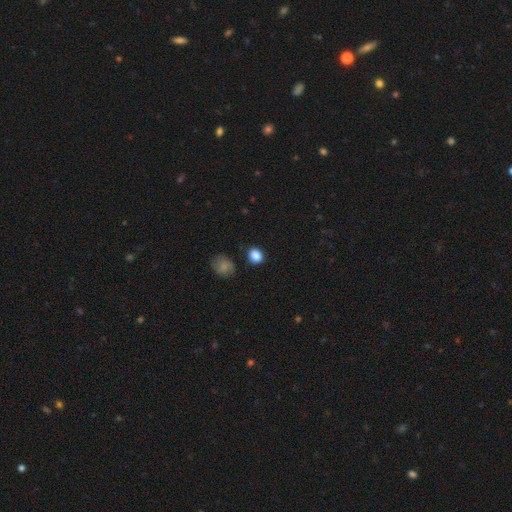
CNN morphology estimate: This appears to be a smooth galaxy with no disk features (86%) that is round (63%). Merging: none (83%).